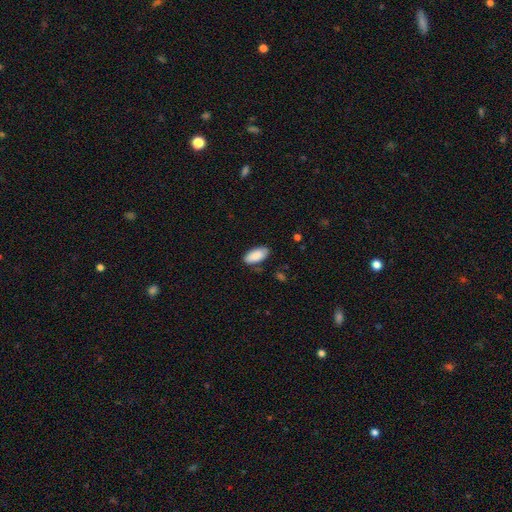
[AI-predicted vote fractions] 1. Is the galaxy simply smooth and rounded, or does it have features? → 89% smooth, 6% star or artifact, 5% featured or disk.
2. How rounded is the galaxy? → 93% in between, 5% cigar-shaped, 2% round.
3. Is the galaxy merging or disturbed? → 81% none, 14% minor disturbance, 3% major disturbance, 2% merger.